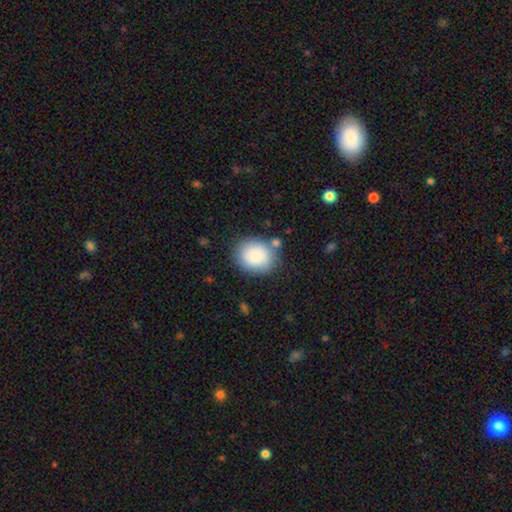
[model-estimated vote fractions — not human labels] Morphology: type=smooth (86%); roundness=round (66%); merging=none (73%).